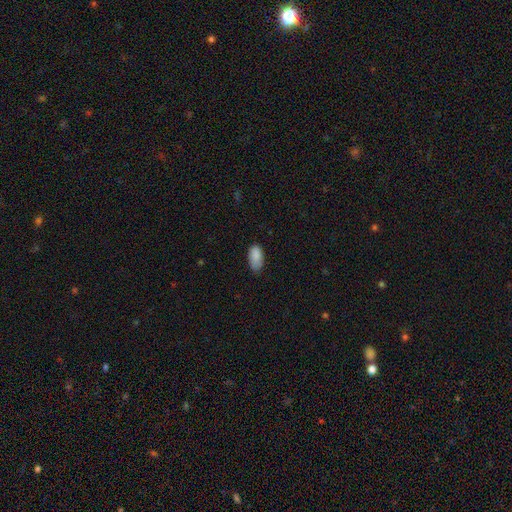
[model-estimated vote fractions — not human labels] Morphology: type=smooth (88%); roundness=in between (94%); merging=none (66%).